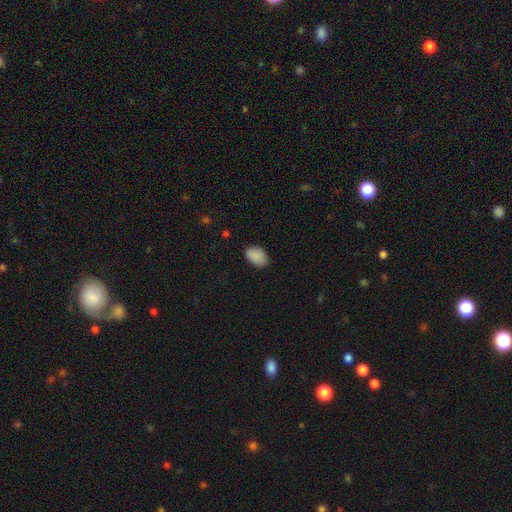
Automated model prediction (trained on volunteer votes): smooth 89%, star or artifact 8%, featured or disk 4%. Down the decision tree: how rounded — in between (87%); merging — none (81%).